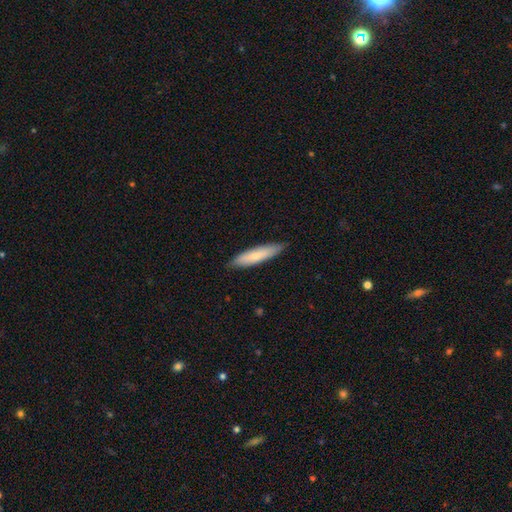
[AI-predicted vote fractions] Morphology: type=smooth (73%); roundness=cigar-shaped (81%); merging=none (87%).